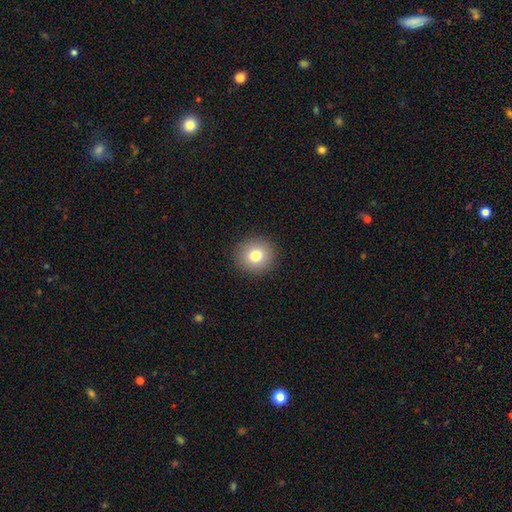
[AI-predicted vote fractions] Smooth or featured: smooth — 78% (star or artifact — 11%)
How rounded: round — 91% (in between — 8%)
Merging: none — 91% (minor disturbance — 6%)